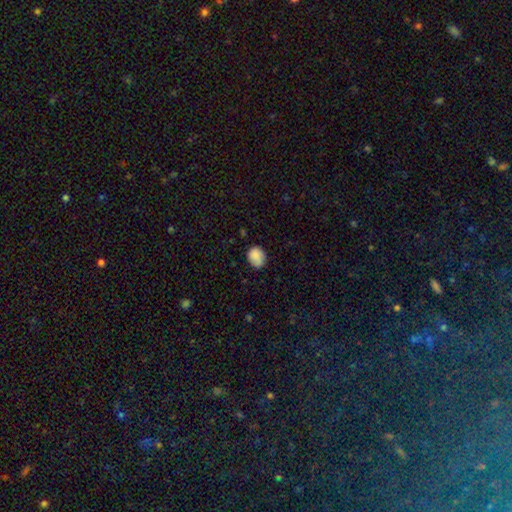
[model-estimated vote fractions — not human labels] smooth-or-featured: smooth: 85% | star or artifact: 8% | featured or disk: 7%
  how-rounded: round: 62% | in between: 37% | cigar-shaped: 1%
  merging: none: 72% | minor disturbance: 22% | major disturbance: 4% | merger: 2%